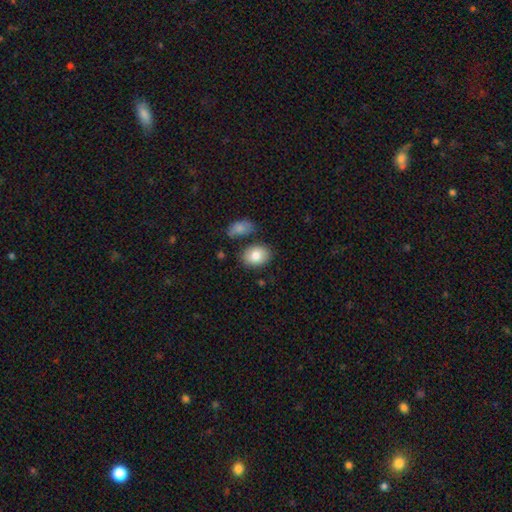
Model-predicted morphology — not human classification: The model was most divided on "how rounded": in between: 72%, round: 27%, cigar-shaped: 1%. More confident: smooth or featured — smooth (82%); merging — none (75%).